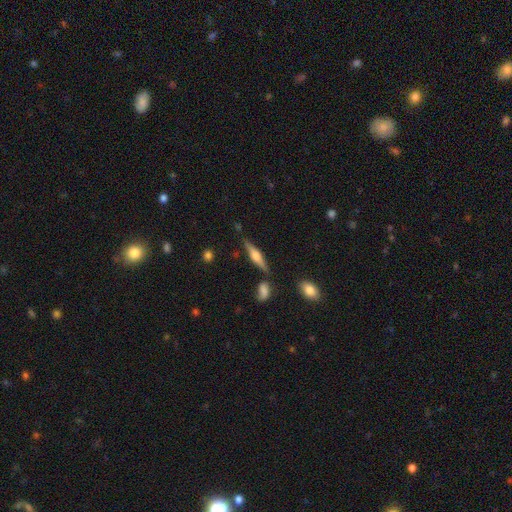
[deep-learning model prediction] Overall: featured or disk (64%; smooth 30%). Edge-on disk: yes (96%). Edge-on bulge: rounded (84%). Merging: none (80%).